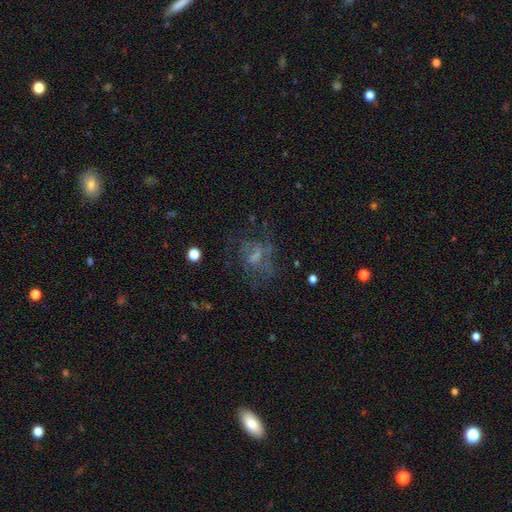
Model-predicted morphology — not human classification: Smooth or featured: featured or disk — 48% (smooth — 32%)
Merging: none — 48% (major disturbance — 31%)